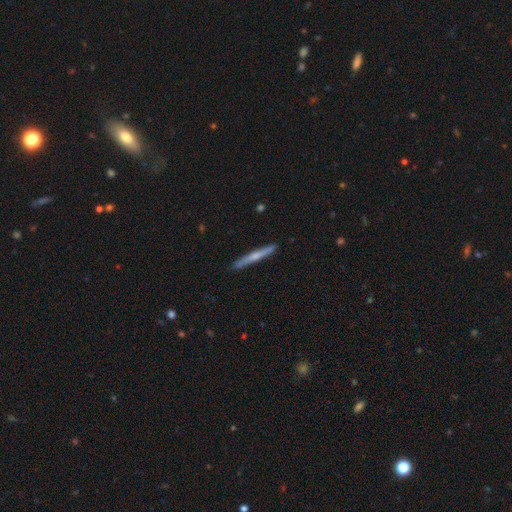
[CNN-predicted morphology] Q: Smooth or featured?
A: featured or disk (55%); runner-up: smooth (40%)
Q: Edge-on disk?
A: yes (96%); runner-up: no (4%)
Q: Edge-on bulge?
A: rounded (58%); runner-up: none (36%)
Q: Merging?
A: none (89%); runner-up: minor disturbance (8%)